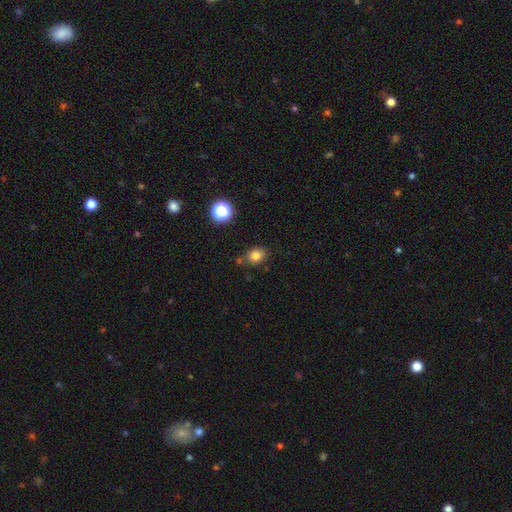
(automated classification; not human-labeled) Morphology: type=smooth (80%); roundness=in between (50%); merging=none (76%).